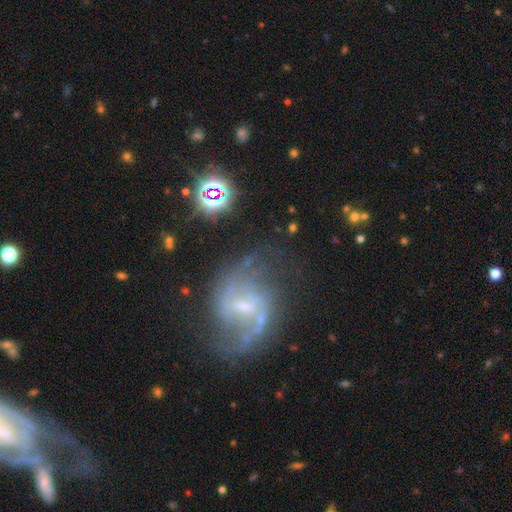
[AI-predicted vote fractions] A featured or disk galaxy (83%) with a weak bar (51%), 2 (81%) loose (47%) spiral arms (95%) and a small central bulge (70%).

Vote fractions:
- Smooth or featured? featured or disk: 83% / star or artifact: 10% / smooth: 7%
- Edge-on disk? no: 97% / yes: 3%
- Bar? weak: 51% / no: 31% / strong: 18%
- Spiral arms? yes: 95% / no: 5%
- Spiral winding? loose: 47% / medium: 40% / tight: 13%
- Spiral arm count? 2: 81% / can't tell: 7% / 1: 4% / 3: 3% / 4: 2% / more than 4: 2%
- Bulge size? small: 70% / moderate: 22% / none: 5% / large: 2% / dominant: 1%
- Merging? none: 67% / minor disturbance: 17% / major disturbance: 12% / merger: 4%